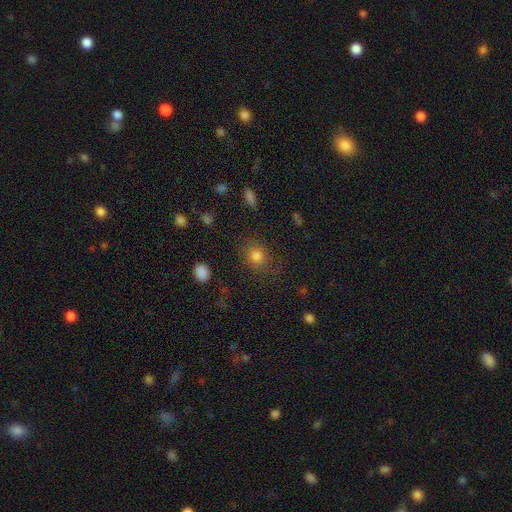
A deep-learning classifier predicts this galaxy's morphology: A smooth galaxy with no disk features (78%) that is round (65%). Merging: none (72%).